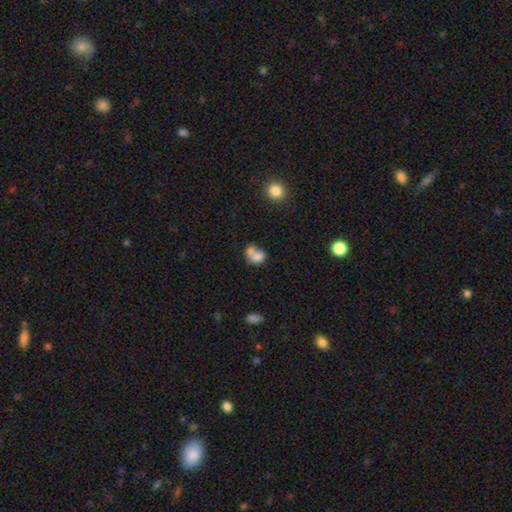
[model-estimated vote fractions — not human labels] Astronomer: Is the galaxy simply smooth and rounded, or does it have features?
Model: smooth — 73%.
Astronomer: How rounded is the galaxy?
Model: in between — 53% (runner-up: round, 46%).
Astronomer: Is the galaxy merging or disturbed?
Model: merger — 63%.